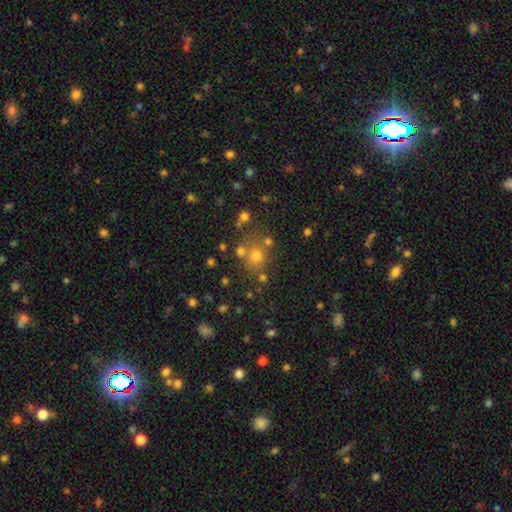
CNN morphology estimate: A smooth galaxy with no disk features (62%) that is round (81%). Merging: none (69%).